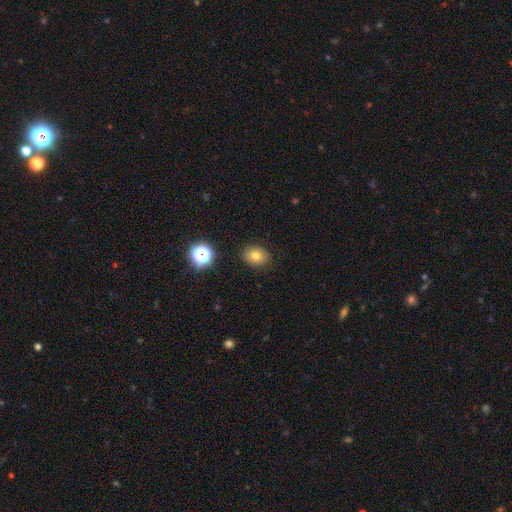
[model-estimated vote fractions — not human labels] This is likely a smooth galaxy (76%). How rounded: possibly in between (50%). Merging: clearly none (87%).